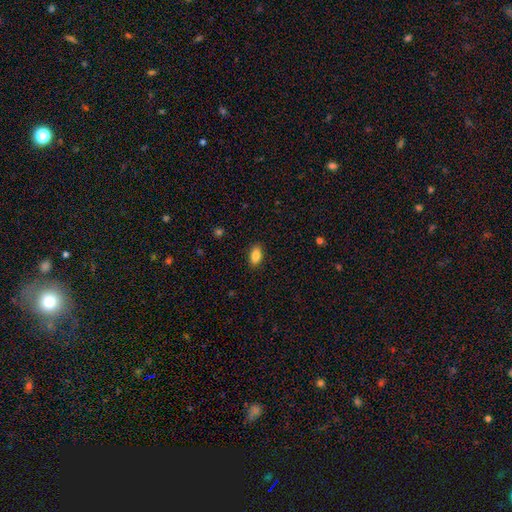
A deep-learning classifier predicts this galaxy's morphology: A smooth galaxy with no disk features (86%) that is in between round and cigar-shaped (91%).

Vote fractions:
- Smooth or featured? smooth: 86% / star or artifact: 8% / featured or disk: 6%
- How rounded? in between: 91% / round: 5% / cigar-shaped: 4%
- Merging? none: 89% / minor disturbance: 8% / major disturbance: 2% / merger: 1%